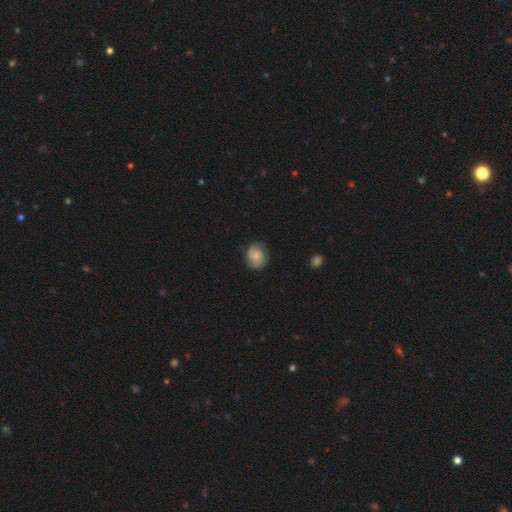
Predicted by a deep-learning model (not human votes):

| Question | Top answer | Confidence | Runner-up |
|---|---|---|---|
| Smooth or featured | smooth | 81% | featured or disk (12%) |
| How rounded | round | 70% | in between (30%) |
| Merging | none | 73% | minor disturbance (21%) |